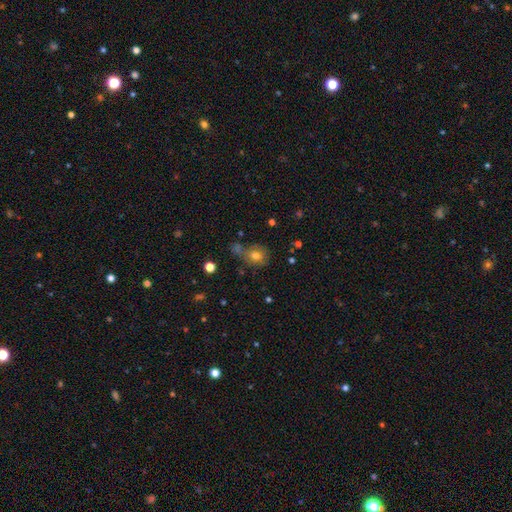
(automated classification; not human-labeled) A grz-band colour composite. It shows a smooth galaxy with no disk features (74%) that is round (65%). Merging: none (56%).